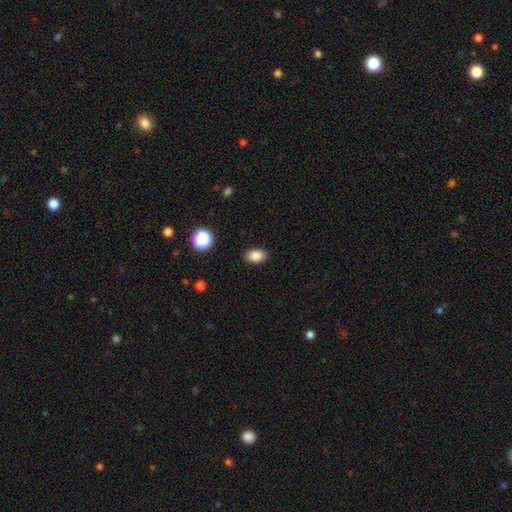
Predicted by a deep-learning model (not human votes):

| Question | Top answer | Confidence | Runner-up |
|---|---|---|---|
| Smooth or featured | smooth | 86% | star or artifact (10%) |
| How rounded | in between | 84% | round (15%) |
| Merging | none | 88% | minor disturbance (8%) |